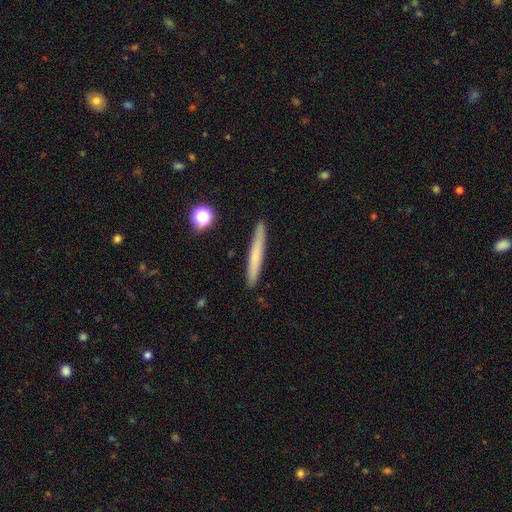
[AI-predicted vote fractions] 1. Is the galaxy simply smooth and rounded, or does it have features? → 61% smooth, 32% featured or disk, 7% star or artifact.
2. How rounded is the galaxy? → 96% cigar-shaped, 2% in between, 1% round.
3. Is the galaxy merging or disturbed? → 91% none, 7% minor disturbance, 1% merger, 1% major disturbance.